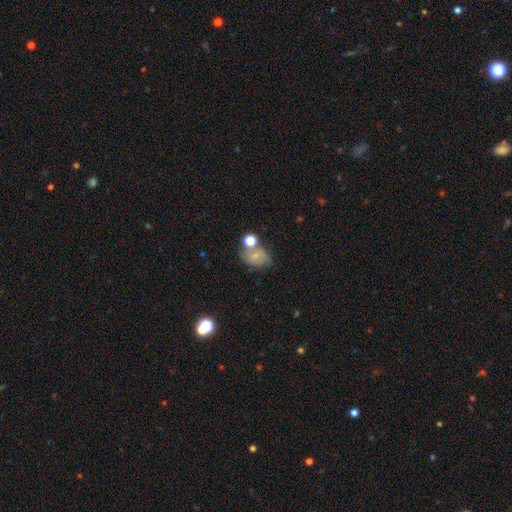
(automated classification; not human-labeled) smooth-or-featured: smooth: 60% | featured or disk: 27% | star or artifact: 13%
  how-rounded: in between: 59% | round: 40% | cigar-shaped: 1%
  merging: none: 48% | merger: 24% | minor disturbance: 19% | major disturbance: 9%